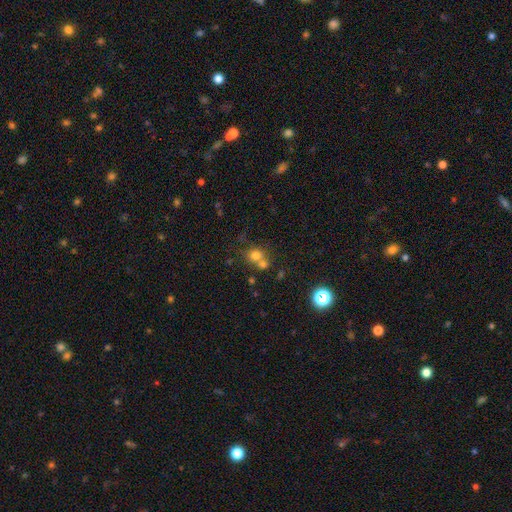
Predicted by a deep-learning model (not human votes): smooth-or-featured: smooth: 72% | star or artifact: 16% | featured or disk: 12%
  how-rounded: round: 82% | in between: 17% | cigar-shaped: 1%
  merging: merger: 46% | none: 43% | minor disturbance: 8% | major disturbance: 4%